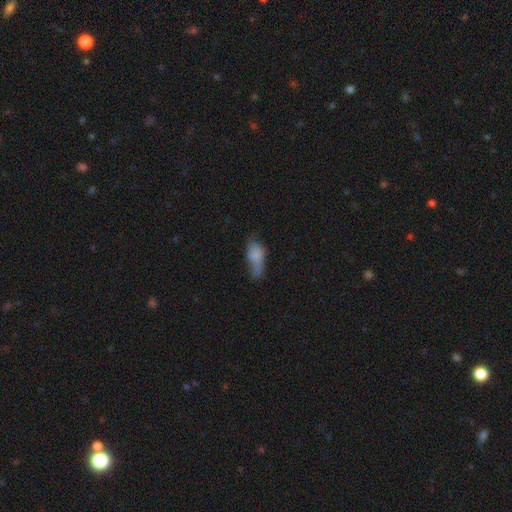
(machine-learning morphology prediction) Smooth or featured?
  - smooth: 69% *
  - featured or disk: 21%
  - star or artifact: 10%
How rounded?
  - in between: 85% *
  - cigar-shaped: 10%
  - round: 5%
Merging?
  - minor disturbance: 32% *
  - major disturbance: 31%
  - none: 29%
  - merger: 8%